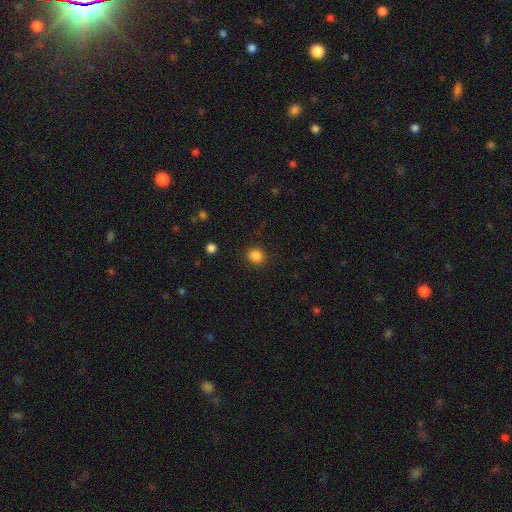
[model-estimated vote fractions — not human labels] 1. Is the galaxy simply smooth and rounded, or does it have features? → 86% smooth, 11% star or artifact, 3% featured or disk.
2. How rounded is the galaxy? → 85% round, 14% in between, 1% cigar-shaped.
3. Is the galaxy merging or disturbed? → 90% none, 6% minor disturbance, 2% major disturbance, 1% merger.